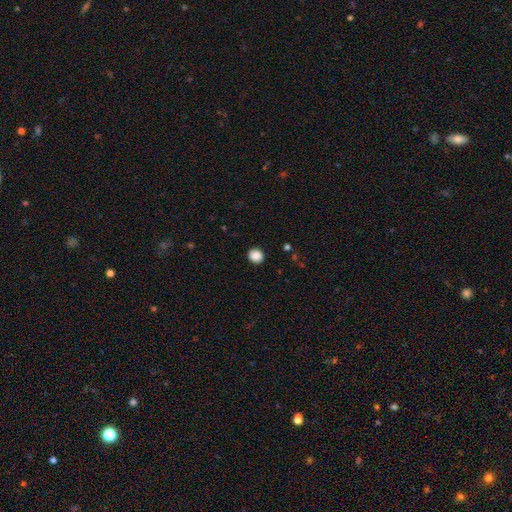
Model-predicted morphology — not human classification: The model was most divided on "how rounded": round: 81%, in between: 18%, cigar-shaped: 1%. More confident: merging — none (91%); smooth or featured — smooth (88%).